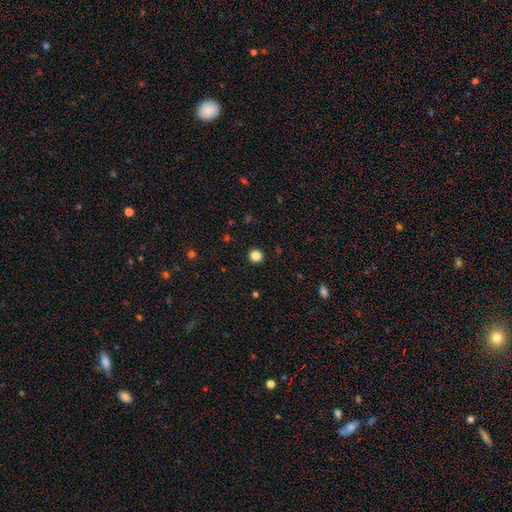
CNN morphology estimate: Smooth or featured? smooth (85%)
How rounded? round (94%)
Merging? none (93%)